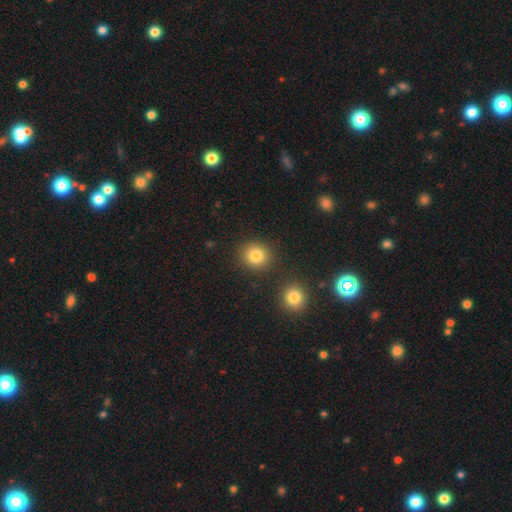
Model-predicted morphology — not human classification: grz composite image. It shows a smooth galaxy with no disk features (83%) that is round (85%). Merging: none (85%).